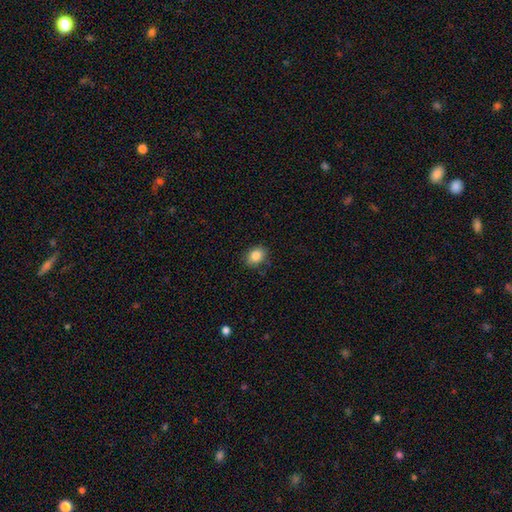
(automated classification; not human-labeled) A smooth galaxy with no disk features (85%) that is in between round and cigar-shaped (62%). Merging: none (85%).